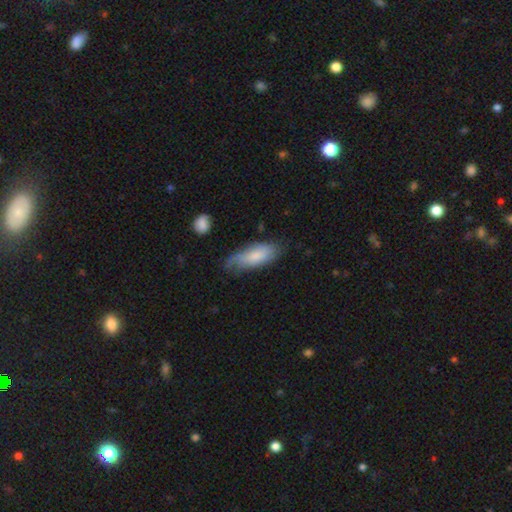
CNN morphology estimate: Q: Smooth or featured?
A: smooth (72%); runner-up: featured or disk (22%)
Q: How rounded?
A: in between (77%); runner-up: cigar-shaped (21%)
Q: Merging?
A: none (55%); runner-up: minor disturbance (32%)